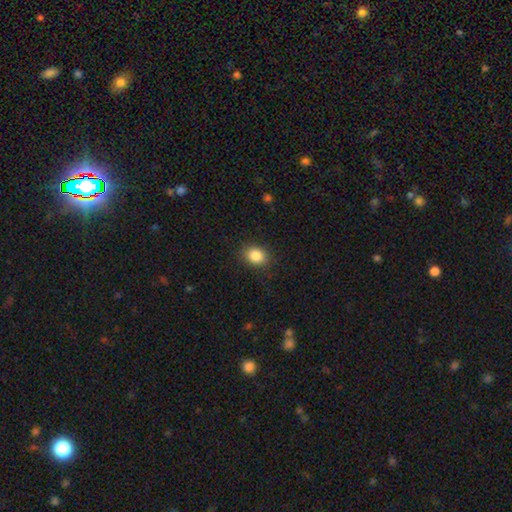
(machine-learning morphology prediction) smooth 86%, star or artifact 9%, featured or disk 5%. Down the decision tree: how rounded — in between (51%); merging — none (87%).